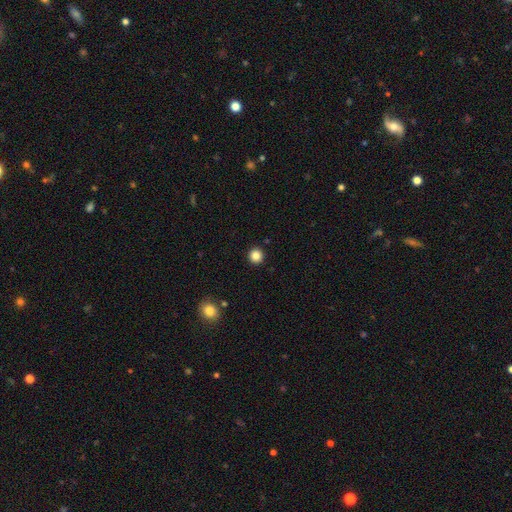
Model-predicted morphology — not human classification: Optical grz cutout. It shows a smooth galaxy with no disk features (86%) that is round (95%). Merging: none (93%).